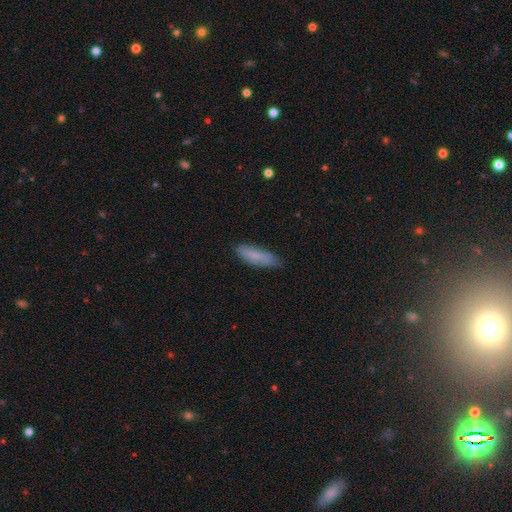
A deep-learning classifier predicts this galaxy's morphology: smooth-or-featured: smooth: 75% | featured or disk: 19% | star or artifact: 6%
  how-rounded: cigar-shaped: 54% | in between: 44% | round: 2%
  merging: none: 76% | minor disturbance: 19% | major disturbance: 3% | merger: 1%